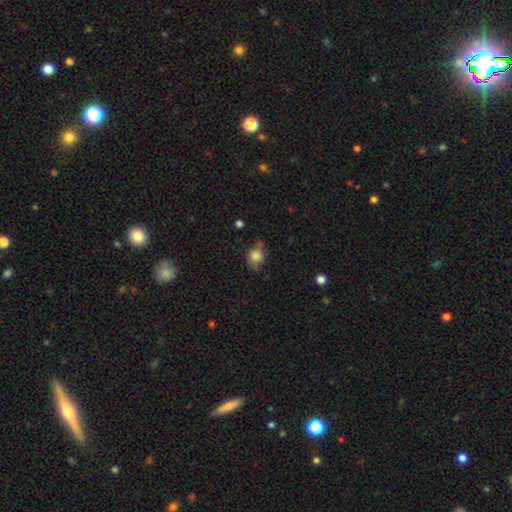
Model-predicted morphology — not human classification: Overall: smooth (81%). How rounded: round (69%; in between 30%). Merging: none (55%; minor disturbance 29%).